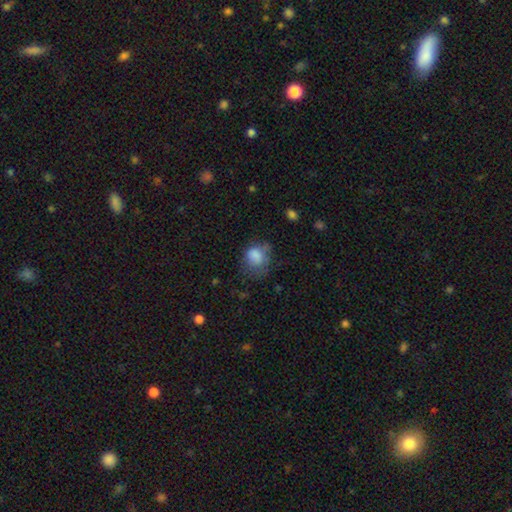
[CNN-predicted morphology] Overall: smooth (78%). How rounded: round (57%; in between 42%). Merging: none (42%; minor disturbance 32%).